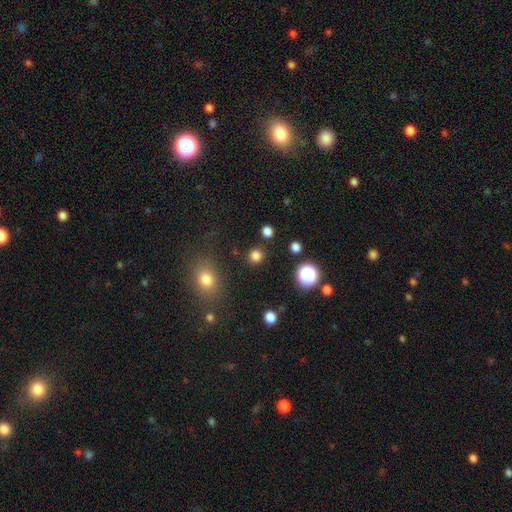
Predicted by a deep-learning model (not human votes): Smooth or featured? smooth (80%)
How rounded? round (92%)
Merging? none (89%)